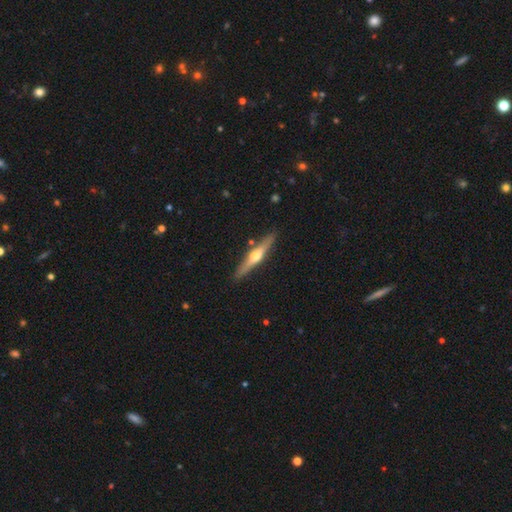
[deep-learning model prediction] Smooth or featured? featured or disk (66%)
Edge-on disk? yes (97%)
Edge-on bulge? rounded (93%)
Merging? none (88%)